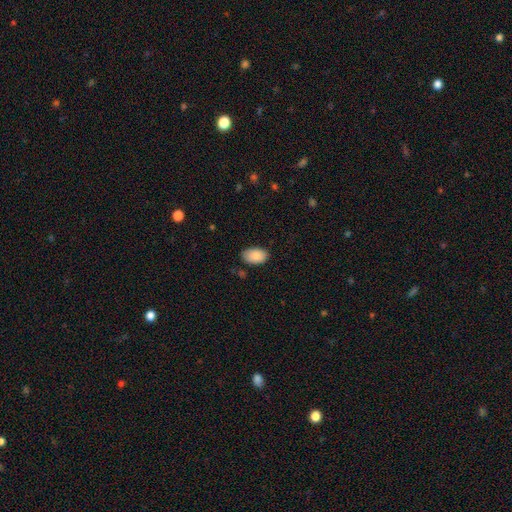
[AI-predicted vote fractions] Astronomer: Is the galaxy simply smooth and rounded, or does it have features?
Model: smooth — 87%.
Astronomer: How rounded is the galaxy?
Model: in between — 92%.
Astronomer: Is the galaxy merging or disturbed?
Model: none — 79%.